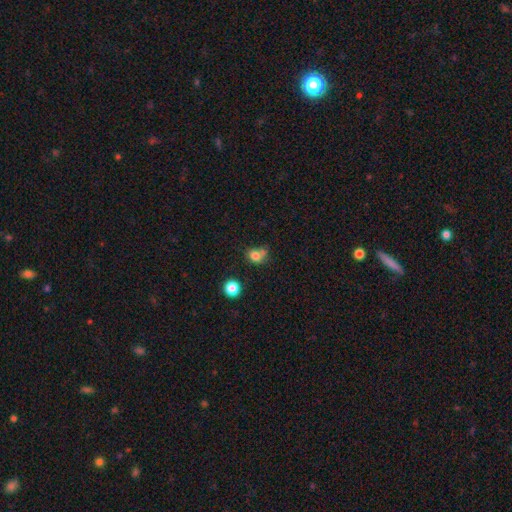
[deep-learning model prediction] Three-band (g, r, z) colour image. It shows a smooth galaxy with no disk features (78%) that is round (60%). Merging: none (47%).